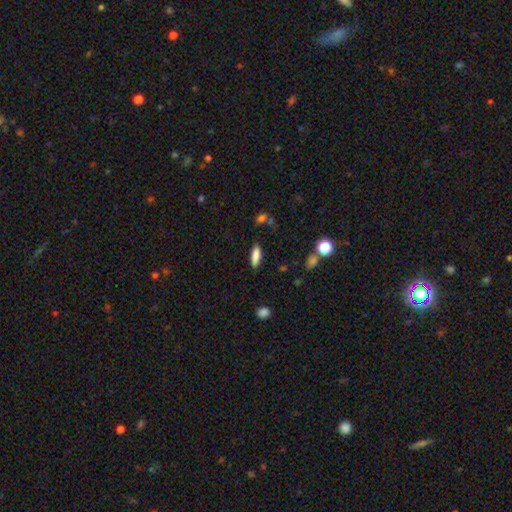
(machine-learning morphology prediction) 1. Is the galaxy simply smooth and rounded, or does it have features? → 84% smooth, 8% featured or disk, 8% star or artifact.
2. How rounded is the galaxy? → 59% in between, 39% cigar-shaped, 2% round.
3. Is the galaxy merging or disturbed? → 84% none, 11% minor disturbance, 3% major disturbance, 2% merger.